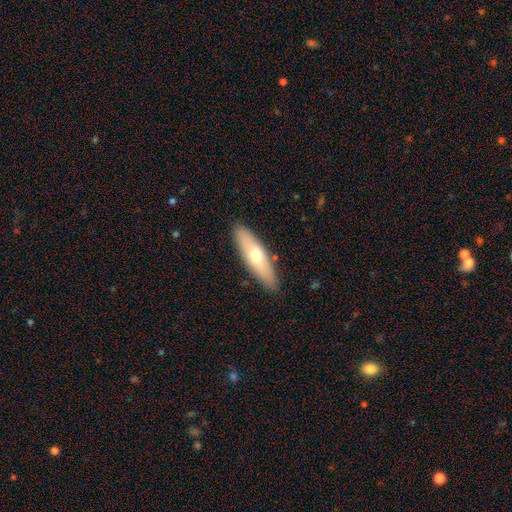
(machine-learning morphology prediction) A smooth galaxy with no disk features (59%) that is cigar-shaped (57%). Merging: none (87%).